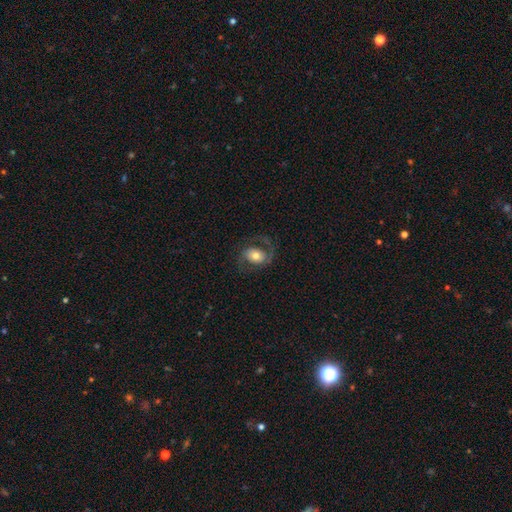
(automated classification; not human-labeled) Morphology: type=featured or disk (60%); edge-on=no (96%); bar=no (63%); spiral arms=yes (83%); bulge=moderate (62%); merging=none (67%).